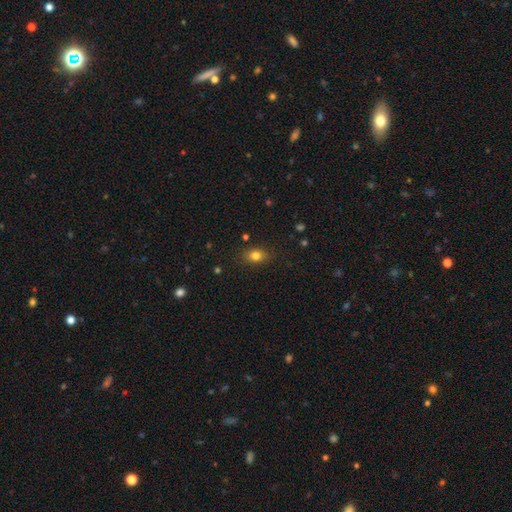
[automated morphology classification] type=smooth (80%); roundness=in between (68%); merging=none (84%).